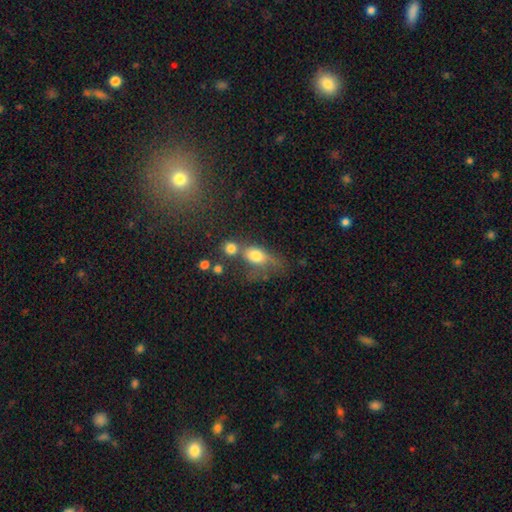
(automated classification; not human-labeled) Morphology: type=smooth (73%); roundness=in between (67%); merging=merger (35%).